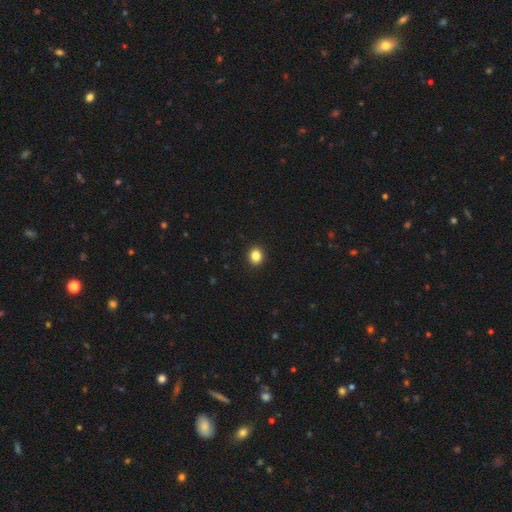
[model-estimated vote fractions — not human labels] Overall: smooth (86%). How rounded: round (69%; in between 31%). Merging: none (93%).